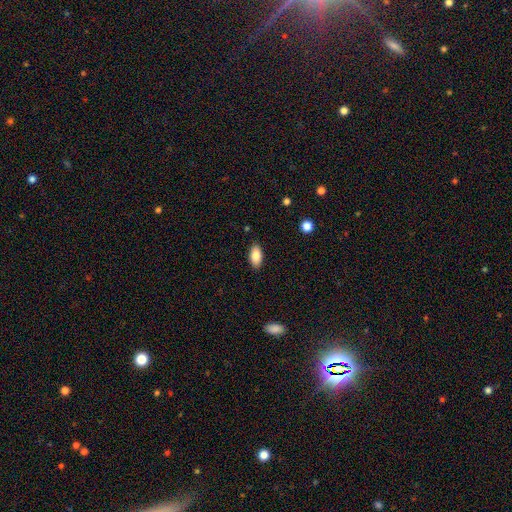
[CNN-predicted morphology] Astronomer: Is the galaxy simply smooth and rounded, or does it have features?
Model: smooth — 87%.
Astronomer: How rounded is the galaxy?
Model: in between — 92%.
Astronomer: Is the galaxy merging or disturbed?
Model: none — 87%.